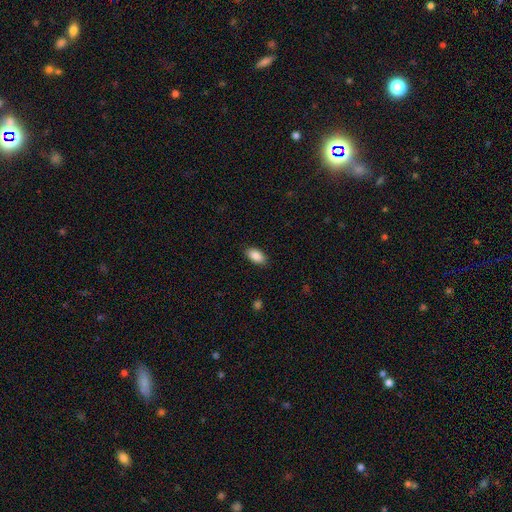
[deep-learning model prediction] Smooth or featured? Predicted: smooth (p=0.89). How rounded? Predicted: in between (p=0.94). Merging? Predicted: none (p=0.88).